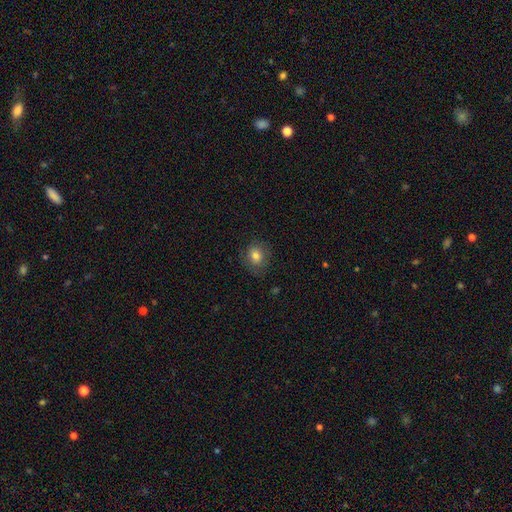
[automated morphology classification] This appears to be a smooth galaxy with no disk features (78%) that is round (73%). Merging: none (81%).